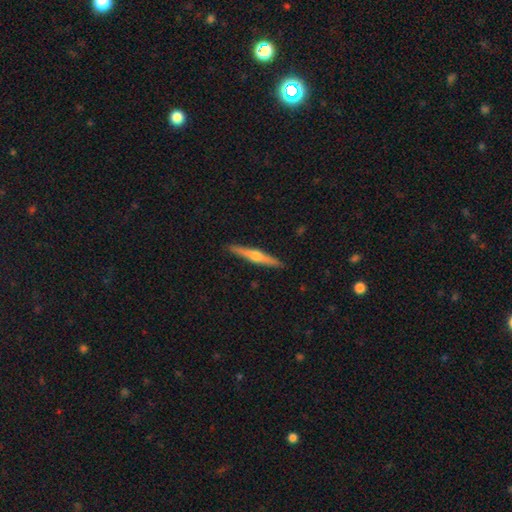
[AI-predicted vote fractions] Overall: featured or disk (67%). Edge-on disk: yes (98%). Edge-on bulge: rounded (92%). Merging: none (92%).